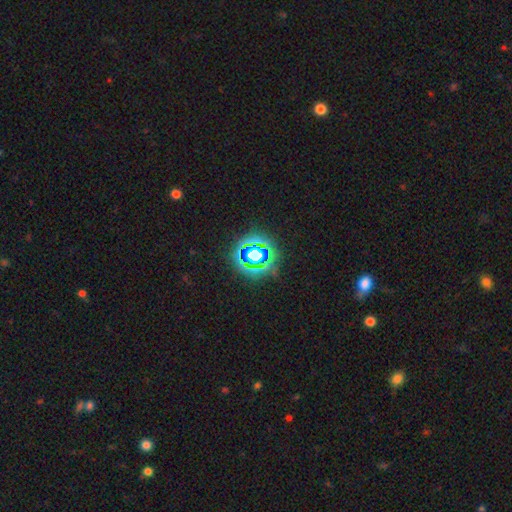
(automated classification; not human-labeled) Smooth or featured?
  - star or artifact: 69% *
  - smooth: 18%
  - featured or disk: 13%